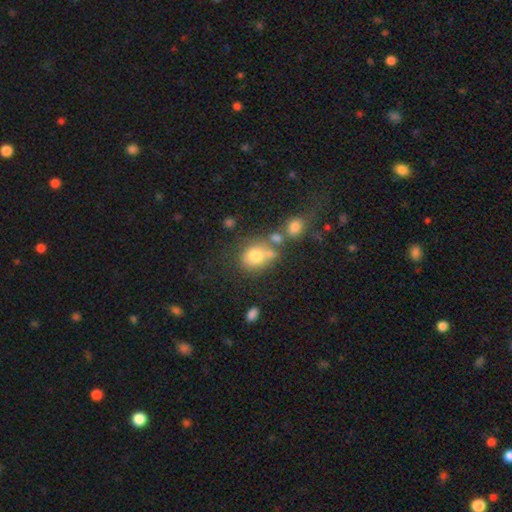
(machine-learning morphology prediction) smooth 74%, featured or disk 14%, star or artifact 12%. Down the decision tree: how rounded — round (63%); merging — none (46%).